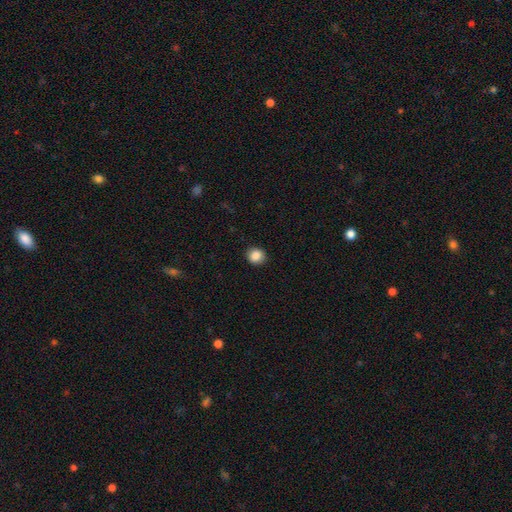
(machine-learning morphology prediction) Overall: smooth (87%). How rounded: round (82%). Merging: none (91%).